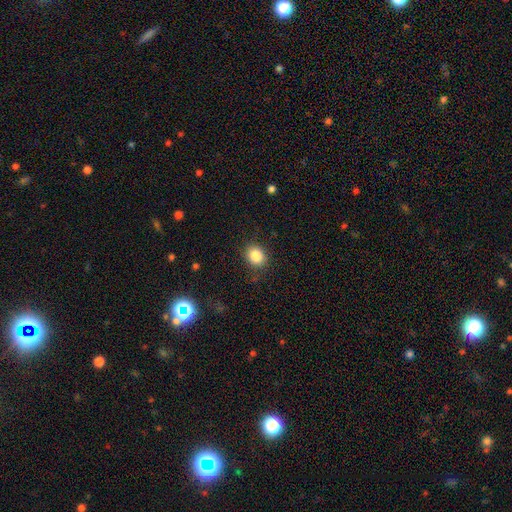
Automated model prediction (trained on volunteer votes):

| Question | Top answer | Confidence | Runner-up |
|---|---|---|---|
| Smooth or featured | smooth | 85% | star or artifact (10%) |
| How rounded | round | 61% | in between (39%) |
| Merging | none | 85% | minor disturbance (10%) |